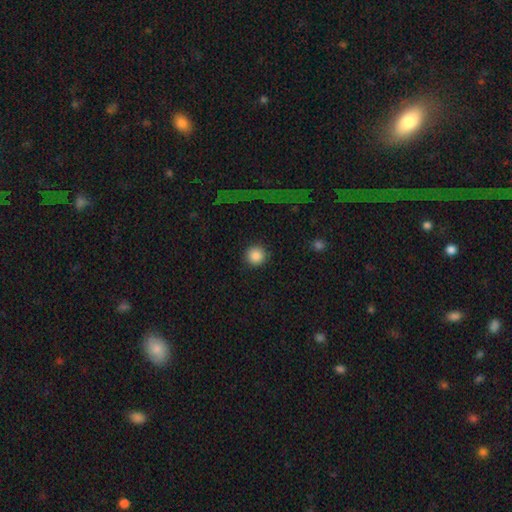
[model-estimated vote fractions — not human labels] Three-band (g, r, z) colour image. It shows a smooth galaxy with no disk features (87%) that is round (96%). Merging: none (90%).